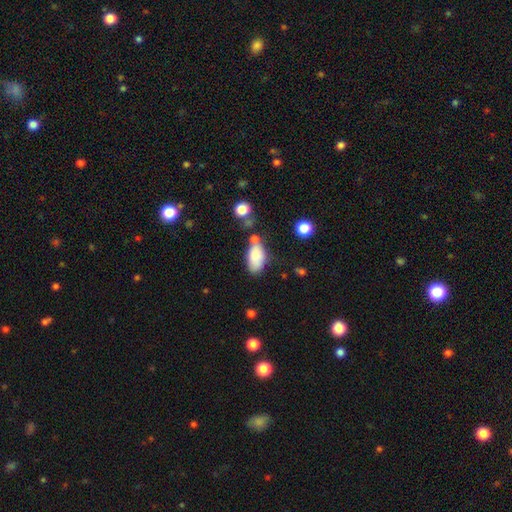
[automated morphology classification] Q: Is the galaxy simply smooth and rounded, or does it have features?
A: smooth — 82%.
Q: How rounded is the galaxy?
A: in between — 92%.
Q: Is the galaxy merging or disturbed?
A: none — 55%.